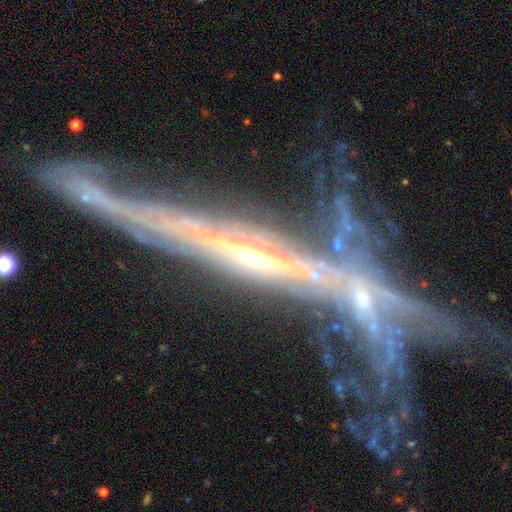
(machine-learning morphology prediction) This is clearly a featured or disk galaxy (84%). It is likely viewed edge-on (75%). Edge-on bulge: possibly rounded (51%). Merging: marginally merger (33%).